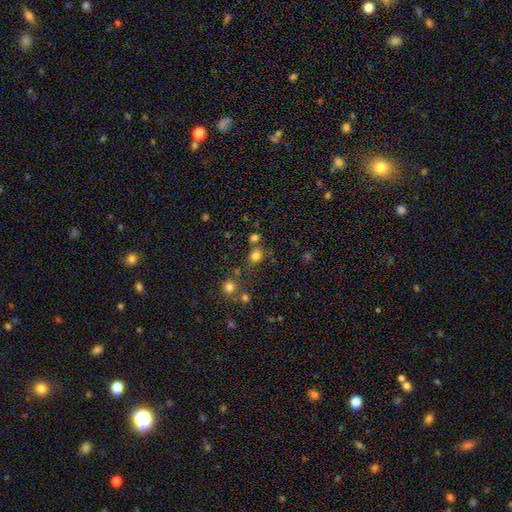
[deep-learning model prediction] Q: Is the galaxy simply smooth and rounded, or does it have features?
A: smooth — 76%.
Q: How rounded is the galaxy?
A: round — 71%.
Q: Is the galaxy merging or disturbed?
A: none — 64%.